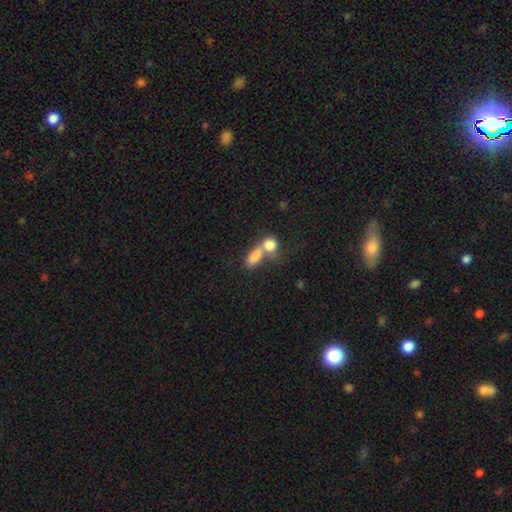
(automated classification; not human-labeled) A smooth galaxy with no disk features (79%) that is in between round and cigar-shaped (69%).

Vote fractions:
- Smooth or featured? smooth: 79% / featured or disk: 12% / star or artifact: 9%
- How rounded? in between: 69% / round: 21% / cigar-shaped: 10%
- Merging? merger: 65% / none: 21% / minor disturbance: 7% / major disturbance: 7%